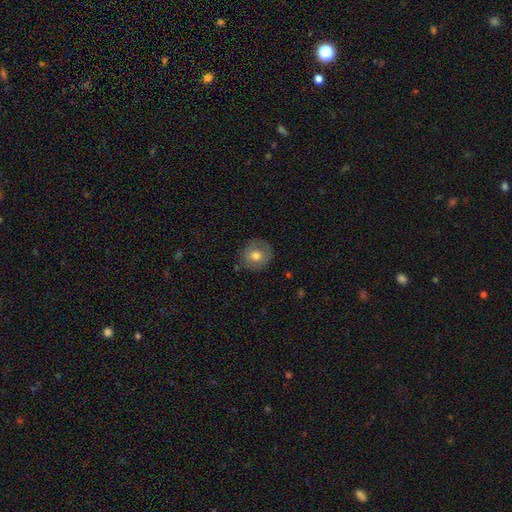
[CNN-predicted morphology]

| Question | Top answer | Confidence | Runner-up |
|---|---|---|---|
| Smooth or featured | smooth | 70% | featured or disk (22%) |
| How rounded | round | 86% | in between (13%) |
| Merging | none | 81% | minor disturbance (14%) |